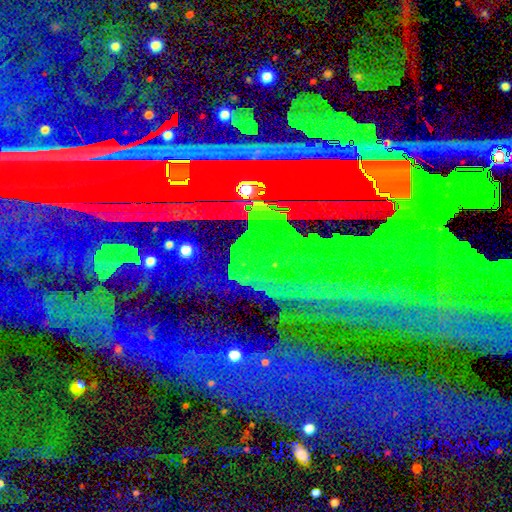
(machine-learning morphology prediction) This appears to be a star or artifact, not a galaxy (79%).